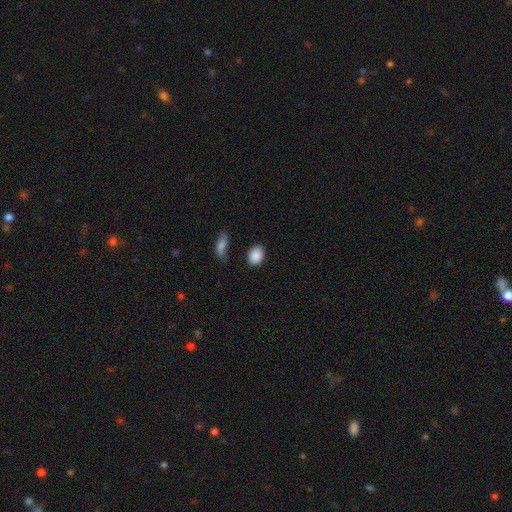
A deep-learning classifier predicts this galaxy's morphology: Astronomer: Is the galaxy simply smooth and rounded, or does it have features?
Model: smooth — 89%.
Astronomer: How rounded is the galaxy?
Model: in between — 64%.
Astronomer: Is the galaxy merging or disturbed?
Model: none — 77%.